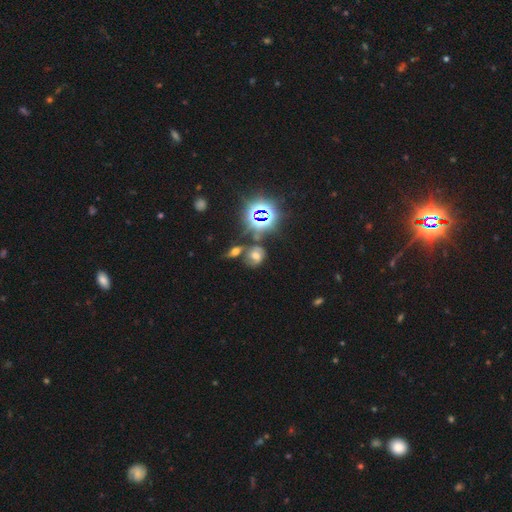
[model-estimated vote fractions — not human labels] A smooth galaxy with no disk features (38%).

Vote fractions:
- Smooth or featured? smooth: 38% / star or artifact: 37% / featured or disk: 24%
- Merging? none: 51% / merger: 24% / minor disturbance: 16% / major disturbance: 9%